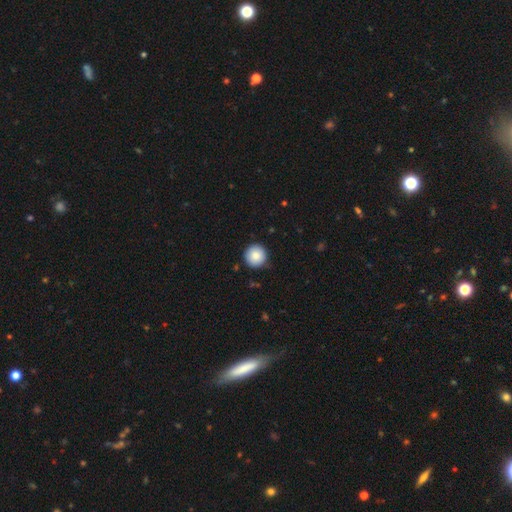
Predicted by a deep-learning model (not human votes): smooth_or_featured: smooth (p=0.86) [alt: star or artifact p=0.08]
how_rounded: round (p=0.96) [alt: in between p=0.03]
merging: none (p=0.90) [alt: minor disturbance p=0.07]